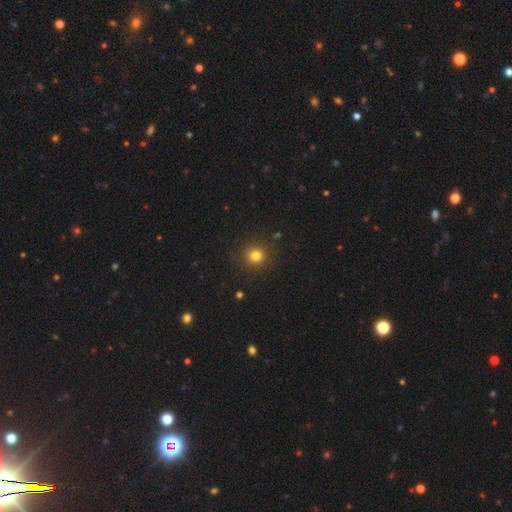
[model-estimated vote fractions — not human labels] Q: Smooth or featured?
A: smooth (80%); runner-up: star or artifact (15%)
Q: How rounded?
A: round (92%); runner-up: in between (7%)
Q: Merging?
A: none (90%); runner-up: minor disturbance (6%)